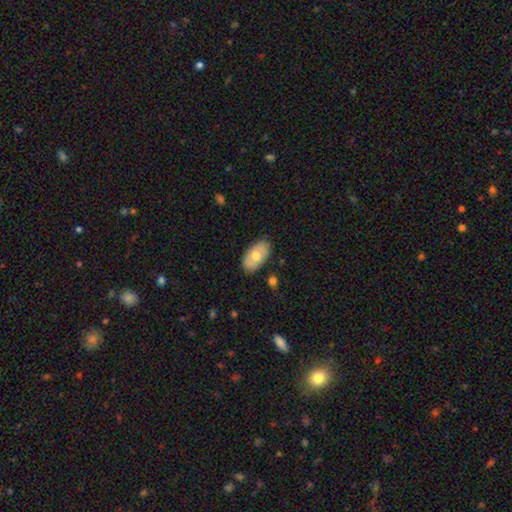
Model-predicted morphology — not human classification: smooth 67%, featured or disk 27%, star or artifact 6%. Down the decision tree: how rounded — in between (95%); merging — none (85%).